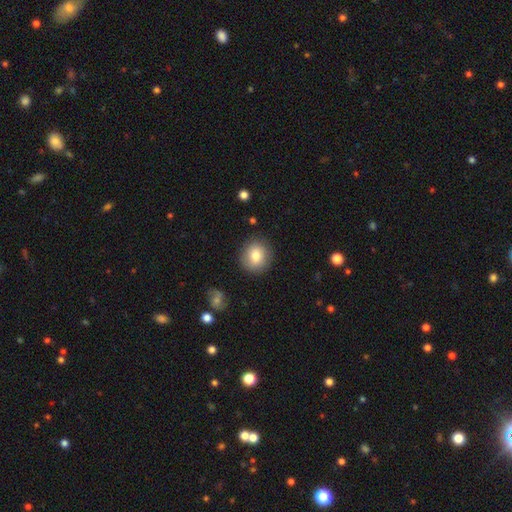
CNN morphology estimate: Smooth or featured?
  - smooth: 80% *
  - featured or disk: 11%
  - star or artifact: 9%
How rounded?
  - round: 88% *
  - in between: 11%
  - cigar-shaped: 1%
Merging?
  - none: 87% *
  - minor disturbance: 9%
  - major disturbance: 2%
  - merger: 1%